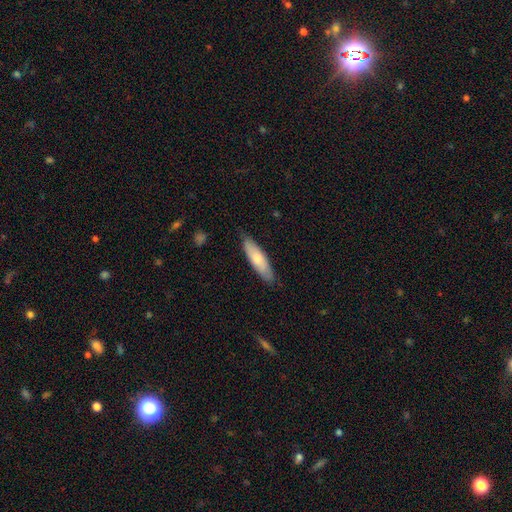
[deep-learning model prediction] Smooth or featured? Predicted: smooth (p=0.66). How rounded? Predicted: cigar-shaped (p=0.66). Merging? Predicted: none (p=0.86).